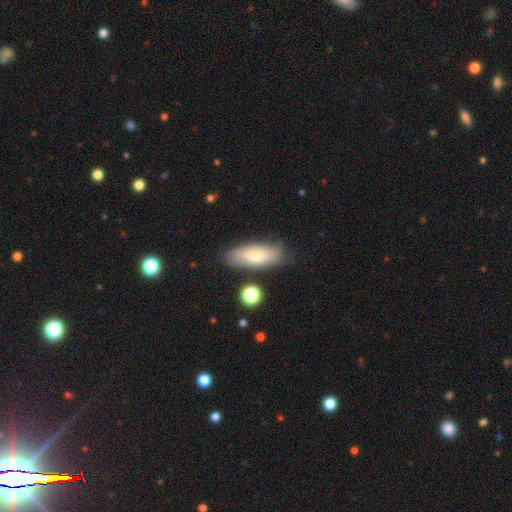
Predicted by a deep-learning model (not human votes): smooth-or-featured: smooth: 76% | featured or disk: 18% | star or artifact: 7%
  how-rounded: in between: 73% | cigar-shaped: 24% | round: 3%
  merging: none: 78% | minor disturbance: 15% | major disturbance: 4% | merger: 4%